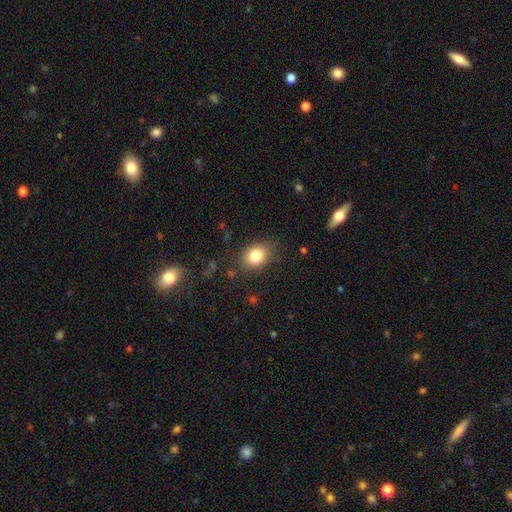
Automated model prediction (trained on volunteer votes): smooth-or-featured: smooth: 82% | star or artifact: 10% | featured or disk: 8%
  how-rounded: in between: 63% | round: 36% | cigar-shaped: 1%
  merging: none: 81% | minor disturbance: 13% | major disturbance: 4% | merger: 2%